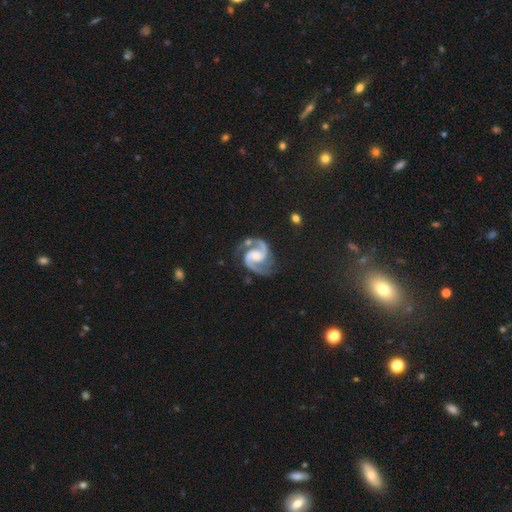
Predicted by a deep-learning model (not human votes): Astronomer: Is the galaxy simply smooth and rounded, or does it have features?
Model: featured or disk — 94%.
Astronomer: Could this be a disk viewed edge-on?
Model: no — 98%.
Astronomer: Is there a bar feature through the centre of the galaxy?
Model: no — 48% (runner-up: weak, 38%).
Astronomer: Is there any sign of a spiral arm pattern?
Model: yes — 99%.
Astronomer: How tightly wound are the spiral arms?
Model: medium — 65%.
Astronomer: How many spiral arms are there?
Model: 2 — 94%.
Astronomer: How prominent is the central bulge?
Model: moderate — 45% (runner-up: small, 29%).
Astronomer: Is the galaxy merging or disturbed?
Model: none — 76%.